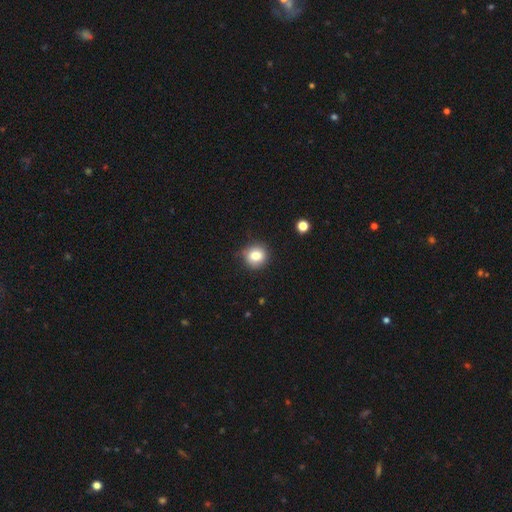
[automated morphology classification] This is clearly a smooth galaxy (82%). How rounded: clearly round (87%). Merging: likely none (78%).